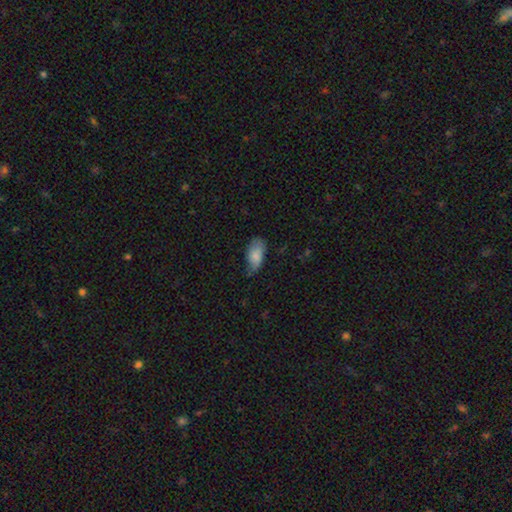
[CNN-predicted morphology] A smooth galaxy with no disk features (78%) that is in between round and cigar-shaped (92%).

Vote fractions:
- Smooth or featured? smooth: 78% / featured or disk: 15% / star or artifact: 6%
- How rounded? in between: 92% / cigar-shaped: 5% / round: 3%
- Merging? none: 47% / minor disturbance: 41% / major disturbance: 11% / merger: 2%